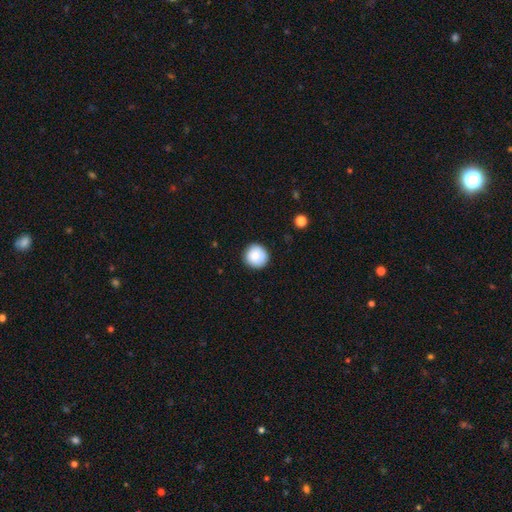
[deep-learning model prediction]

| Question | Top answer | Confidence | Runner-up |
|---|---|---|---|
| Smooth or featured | smooth | 84% | featured or disk (8%) |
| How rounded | round | 94% | in between (5%) |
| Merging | none | 85% | minor disturbance (11%) |